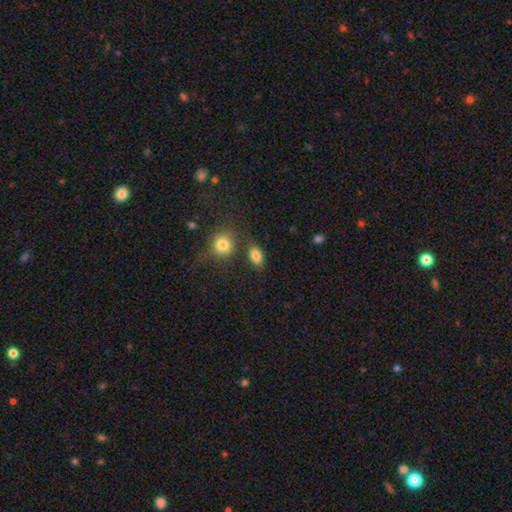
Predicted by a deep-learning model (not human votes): Smooth or featured? Predicted: smooth (p=0.83). How rounded? Predicted: in between (p=0.84). Merging? Predicted: none (p=0.73).